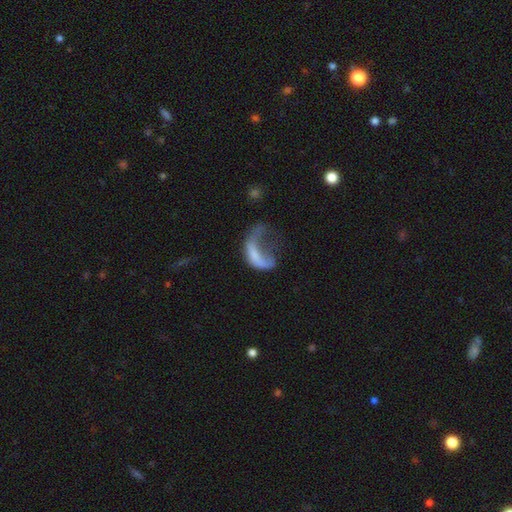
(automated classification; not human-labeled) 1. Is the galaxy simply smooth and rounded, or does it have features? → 47% featured or disk, 43% smooth, 10% star or artifact.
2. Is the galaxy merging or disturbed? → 68% major disturbance, 15% none, 11% minor disturbance, 7% merger.